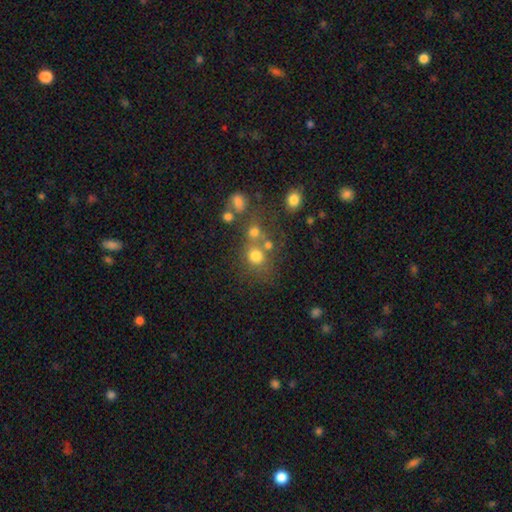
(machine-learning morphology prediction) smooth_or_featured: smooth (p=0.71) [alt: star or artifact p=0.17]
how_rounded: round (p=0.81) [alt: in between p=0.18]
merging: none (p=0.54) [alt: merger p=0.27]